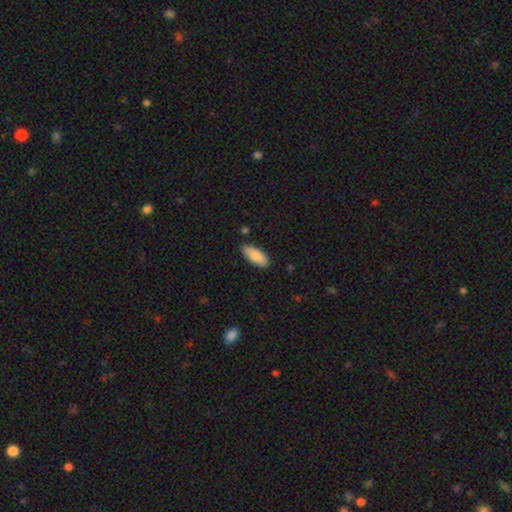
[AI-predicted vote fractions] A smooth galaxy with no disk features (86%) that is in between round and cigar-shaped (85%).

Vote fractions:
- Smooth or featured? smooth: 86% / featured or disk: 8% / star or artifact: 6%
- How rounded? in between: 85% / cigar-shaped: 14% / round: 2%
- Merging? none: 82% / minor disturbance: 14% / major disturbance: 2% / merger: 2%